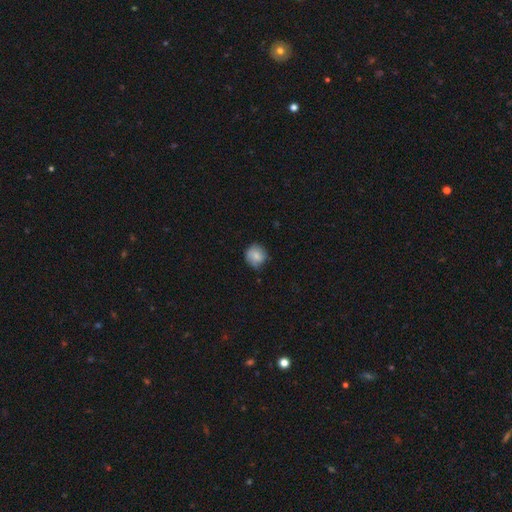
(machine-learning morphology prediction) Smooth or featured: smooth — 80% (featured or disk — 12%)
How rounded: round — 87% (in between — 12%)
Merging: none — 71% (minor disturbance — 24%)